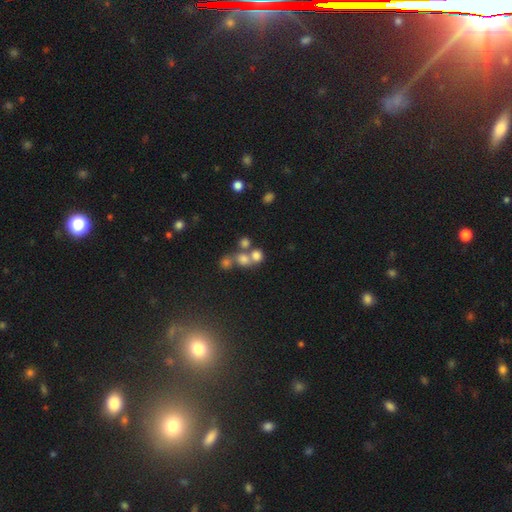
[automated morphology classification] smooth_or_featured: smooth (p=0.67) [alt: star or artifact p=0.18]
how_rounded: round (p=0.78) [alt: in between p=0.21]
merging: merger (p=0.47) [alt: none p=0.40]